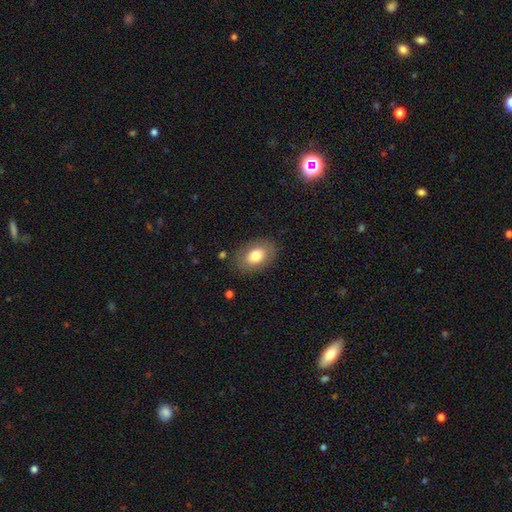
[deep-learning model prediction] This appears to be a smooth galaxy with no disk features (75%) that is in between round and cigar-shaped (79%). Merging: none (83%).